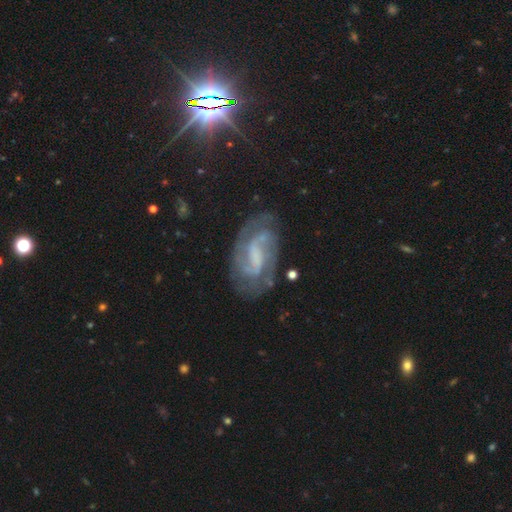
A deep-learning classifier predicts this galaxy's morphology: type=featured or disk (84%); edge-on=no (97%); bar=weak (49%); spiral arms=yes (95%); winding=medium (47%); arm count=2 (70%); bulge=none (49%); merging=none (69%).